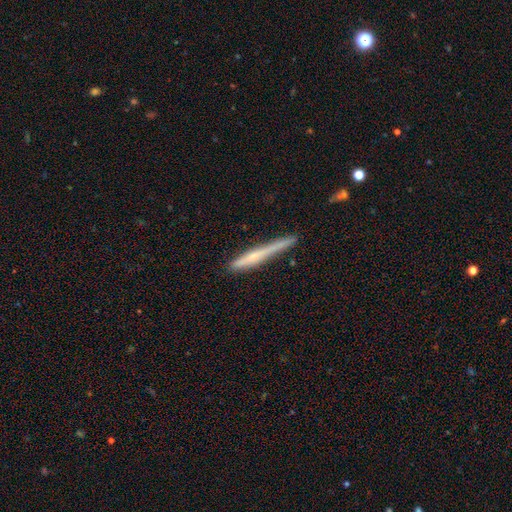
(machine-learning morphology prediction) This appears to be a smooth galaxy with no disk features (47%). Merging: none (73%).